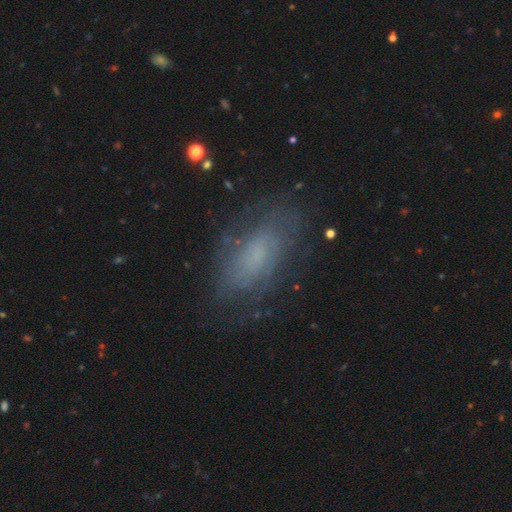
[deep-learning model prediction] Smooth or featured?
  - smooth: 45% *
  - featured or disk: 43%
  - star or artifact: 12%
Merging?
  - none: 71% *
  - minor disturbance: 19%
  - major disturbance: 9%
  - merger: 2%